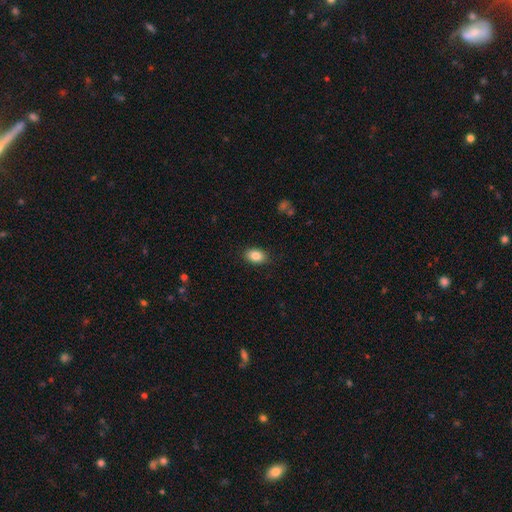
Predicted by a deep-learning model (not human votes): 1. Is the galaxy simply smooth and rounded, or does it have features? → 86% smooth, 8% star or artifact, 6% featured or disk.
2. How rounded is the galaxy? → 82% in between, 17% round, 1% cigar-shaped.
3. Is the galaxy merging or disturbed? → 87% none, 9% minor disturbance, 2% major disturbance, 1% merger.